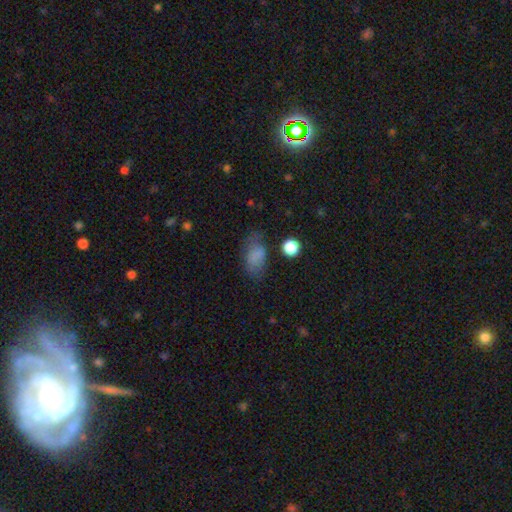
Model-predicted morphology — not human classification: This appears to be a smooth galaxy with no disk features (76%) that is in between round and cigar-shaped (88%). Merging: none (59%).